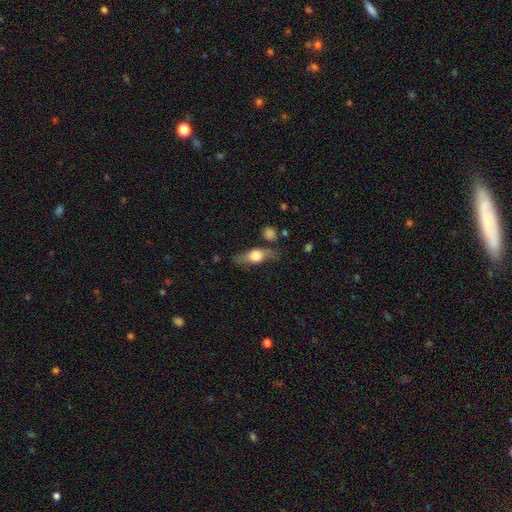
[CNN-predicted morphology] A featured or disk galaxy (49%). Merging: none (70%).